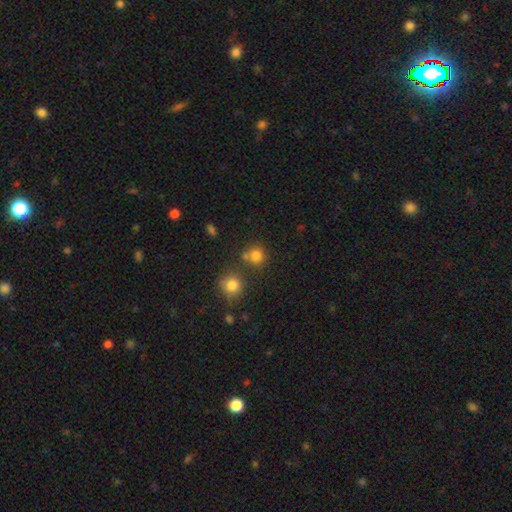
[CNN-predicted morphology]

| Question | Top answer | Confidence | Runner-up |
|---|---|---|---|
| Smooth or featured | smooth | 79% | star or artifact (15%) |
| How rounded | round | 86% | in between (12%) |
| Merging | none | 64% | merger (20%) |